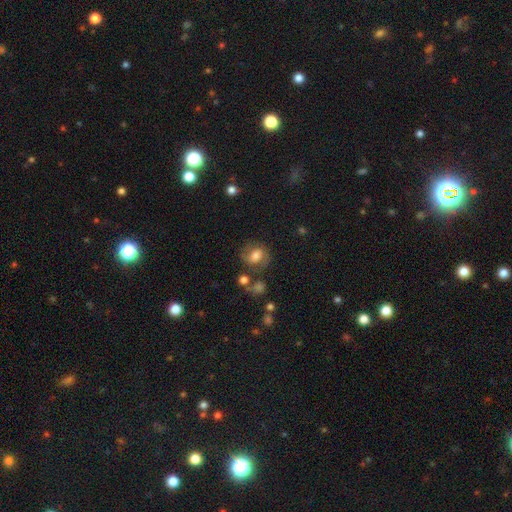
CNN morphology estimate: Smooth or featured: smooth — 53% (featured or disk — 37%)
How rounded: round — 59% (in between — 39%)
Merging: none — 62% (minor disturbance — 19%)